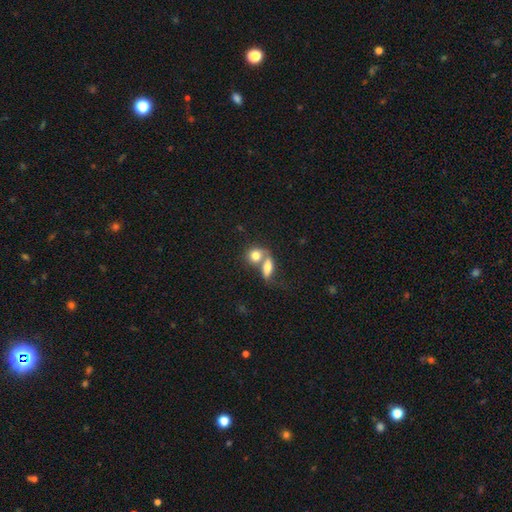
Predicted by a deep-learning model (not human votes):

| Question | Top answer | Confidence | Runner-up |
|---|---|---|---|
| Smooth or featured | smooth | 78% | featured or disk (14%) |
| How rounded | round | 49% | in between (47%) |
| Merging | merger | 60% | none (28%) |